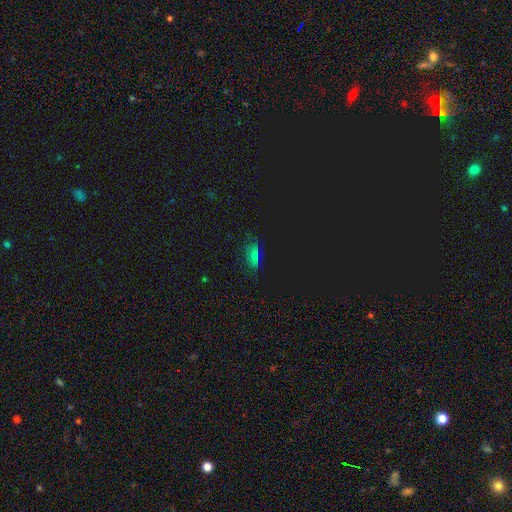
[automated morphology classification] This appears to be a star or artifact, not a galaxy (46%).